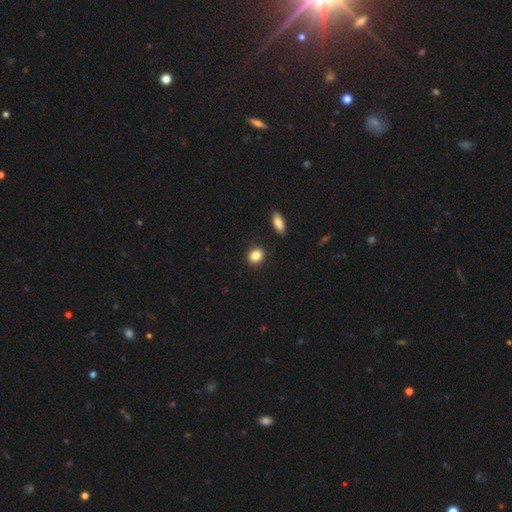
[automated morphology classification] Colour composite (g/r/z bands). It shows a smooth galaxy with no disk features (85%) that is round (69%). Merging: none (89%).